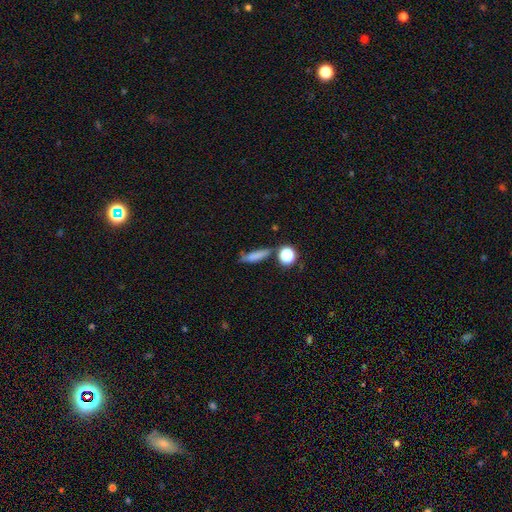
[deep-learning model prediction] A smooth galaxy with no disk features (74%) that is cigar-shaped (60%). Merging: none (59%).